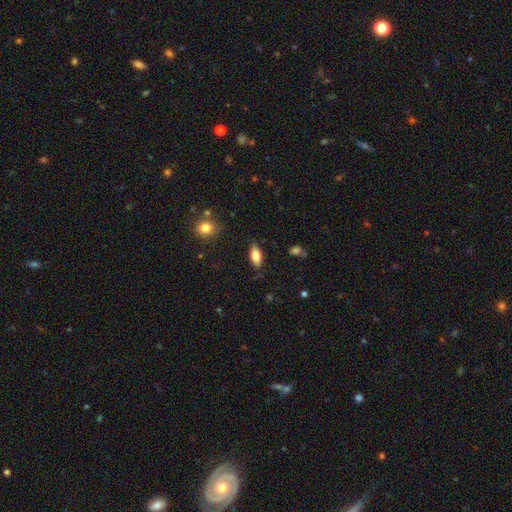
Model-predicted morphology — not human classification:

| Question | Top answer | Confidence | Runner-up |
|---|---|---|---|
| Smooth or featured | smooth | 79% | featured or disk (14%) |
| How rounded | in between | 86% | cigar-shaped (12%) |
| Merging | none | 84% | minor disturbance (12%) |